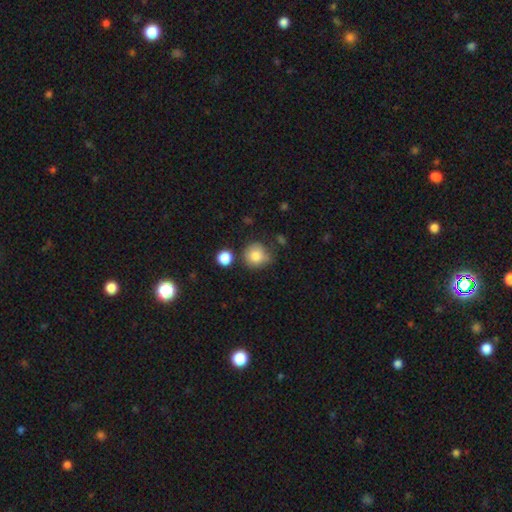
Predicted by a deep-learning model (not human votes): This is clearly a smooth galaxy (82%). How rounded: clearly round (87%). Merging: likely none (63%).